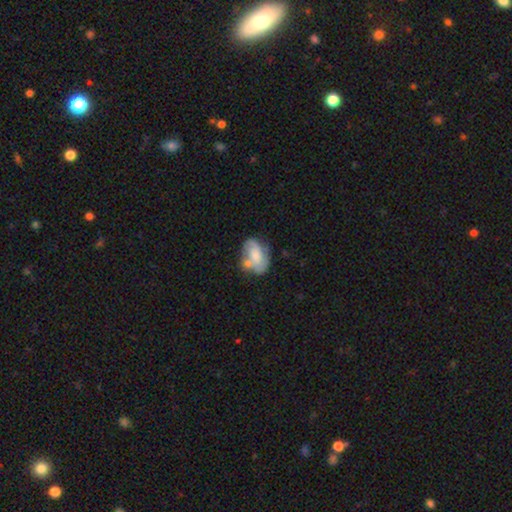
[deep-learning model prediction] Smooth or featured? Predicted: featured or disk (p=0.50). Edge-on disk? Predicted: no (p=0.96). Merging? Predicted: none (p=0.41).